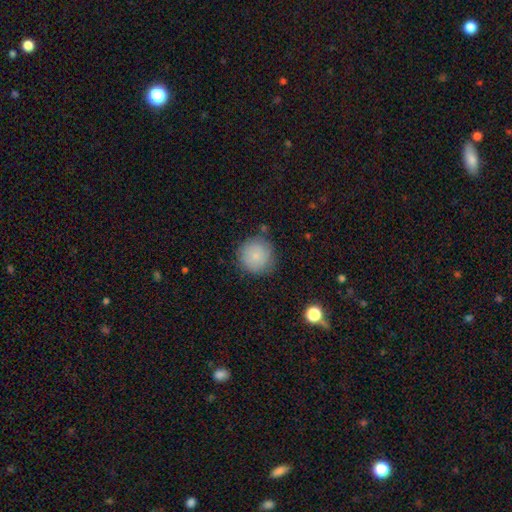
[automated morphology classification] type=smooth (83%); roundness=round (94%); merging=none (81%).